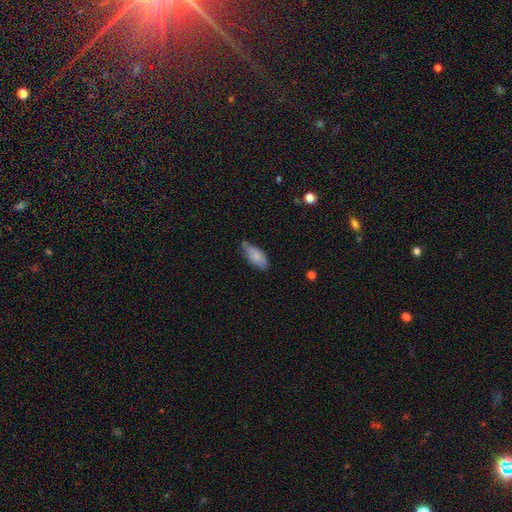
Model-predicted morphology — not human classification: Smooth or featured? smooth (80%)
How rounded? in between (85%)
Merging? none (58%)